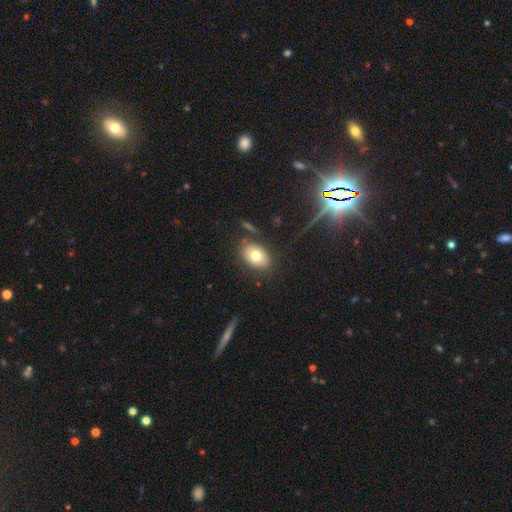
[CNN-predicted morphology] Smooth or featured? Predicted: smooth (p=0.76). How rounded? Predicted: in between (p=0.76). Merging? Predicted: none (p=0.79).